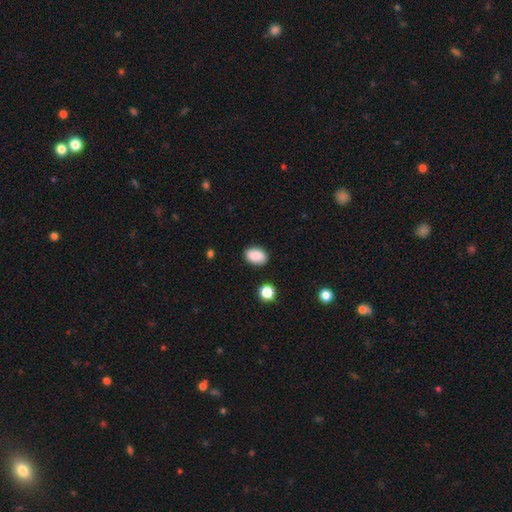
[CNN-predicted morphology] smooth_or_featured: smooth (p=0.88) [alt: star or artifact p=0.08]
how_rounded: in between (p=0.85) [alt: round p=0.14]
merging: none (p=0.86) [alt: minor disturbance p=0.10]